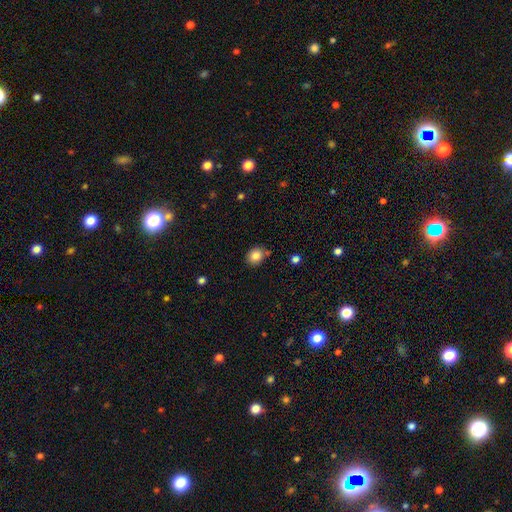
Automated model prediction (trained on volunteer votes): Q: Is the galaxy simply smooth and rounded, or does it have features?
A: smooth — 85%.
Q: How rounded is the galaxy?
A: round — 69%.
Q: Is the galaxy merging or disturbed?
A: none — 76%.